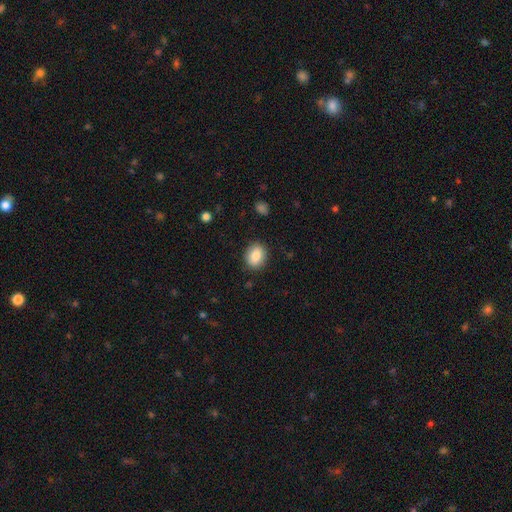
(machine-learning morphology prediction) type=smooth (85%); roundness=round (50%); merging=none (88%).